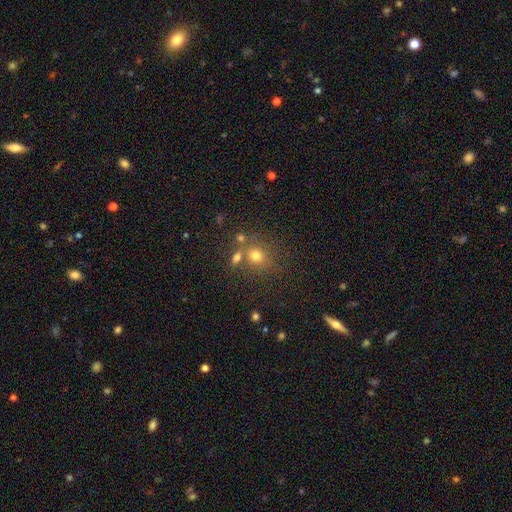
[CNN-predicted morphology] Smooth or featured?
  - smooth: 71% *
  - star or artifact: 18%
  - featured or disk: 11%
How rounded?
  - round: 81% *
  - in between: 18%
  - cigar-shaped: 1%
Merging?
  - none: 62% *
  - merger: 22%
  - minor disturbance: 11%
  - major disturbance: 5%